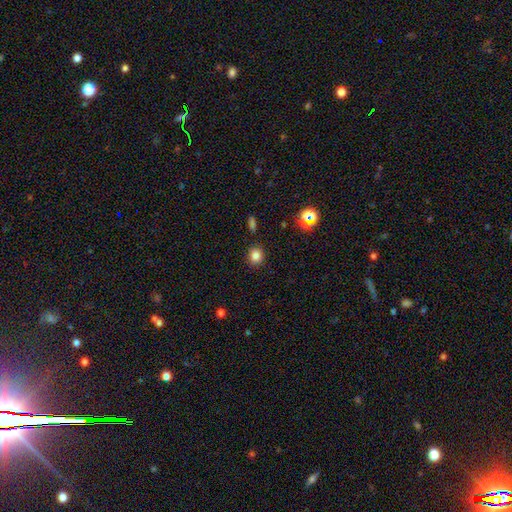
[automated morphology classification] This appears to be a smooth galaxy with no disk features (81%) that is round (79%). Merging: none (88%).